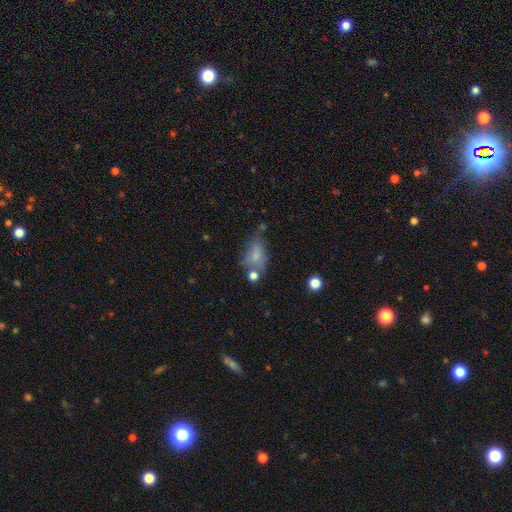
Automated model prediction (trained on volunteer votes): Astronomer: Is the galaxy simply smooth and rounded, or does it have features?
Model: smooth — 74%.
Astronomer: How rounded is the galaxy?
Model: in between — 82%.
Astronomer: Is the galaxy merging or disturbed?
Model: none — 44% (runner-up: minor disturbance, 26%).